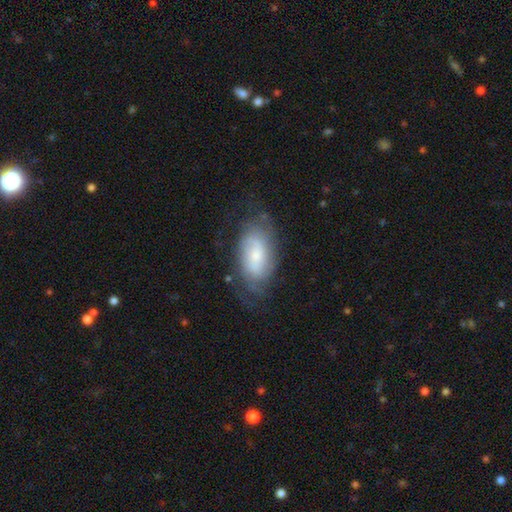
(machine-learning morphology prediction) Q: Smooth or featured?
A: featured or disk (53%); runner-up: smooth (39%)
Q: Edge-on disk?
A: no (92%); runner-up: yes (8%)
Q: Merging?
A: none (64%); runner-up: minor disturbance (23%)